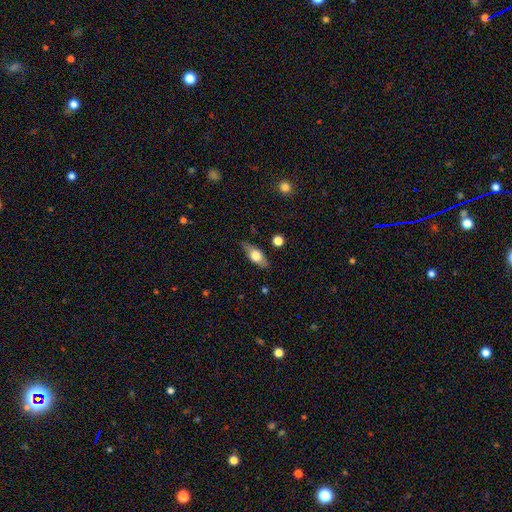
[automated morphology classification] This is possibly a smooth galaxy (57%). How rounded: likely in between (70%). Merging: likely none (79%).